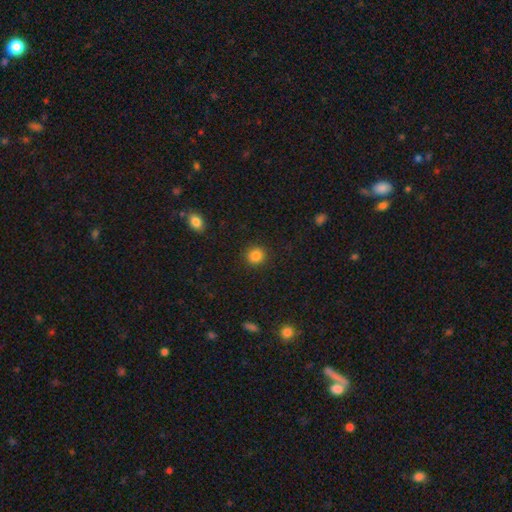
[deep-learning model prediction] Smooth or featured? Predicted: smooth (p=0.85). How rounded? Predicted: round (p=0.90). Merging? Predicted: none (p=0.90).